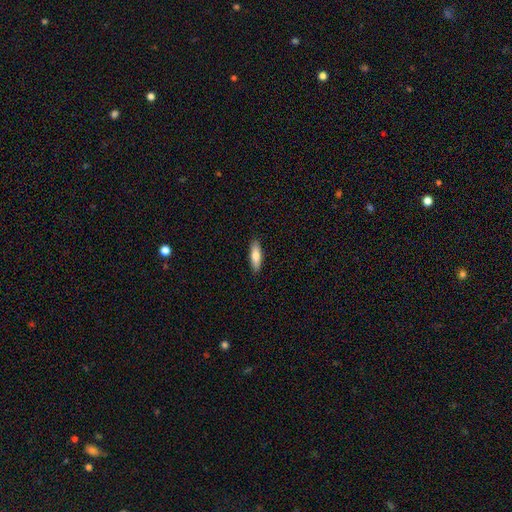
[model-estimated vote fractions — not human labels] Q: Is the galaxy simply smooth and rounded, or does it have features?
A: smooth — 76%.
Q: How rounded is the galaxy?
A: cigar-shaped — 53%.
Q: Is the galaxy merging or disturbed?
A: none — 90%.